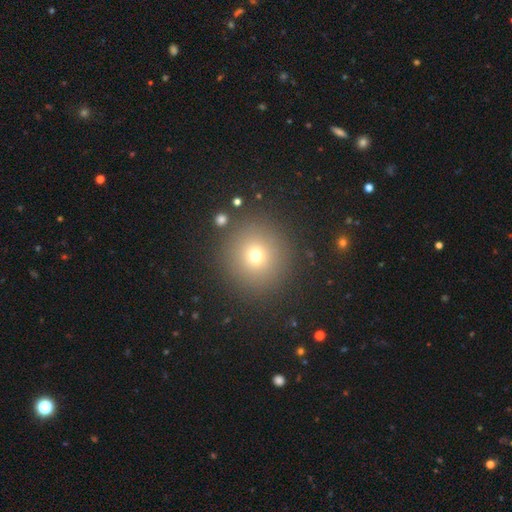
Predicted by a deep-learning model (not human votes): Overall: smooth (70%). How rounded: round (94%). Merging: none (88%).